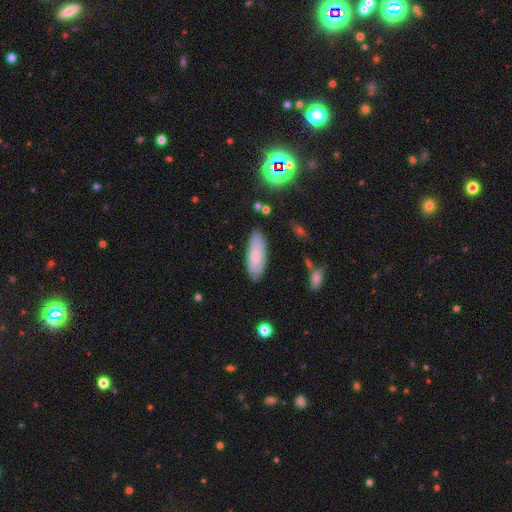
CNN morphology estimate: Smooth or featured: smooth — 76% (featured or disk — 16%)
How rounded: in between — 67% (cigar-shaped — 31%)
Merging: none — 81% (minor disturbance — 14%)